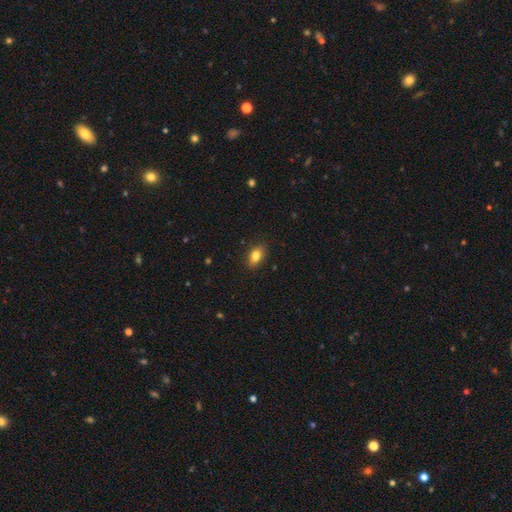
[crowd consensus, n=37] Smooth or featured? smooth (86%)
How rounded? in between (78%)
Merging? none (69%)